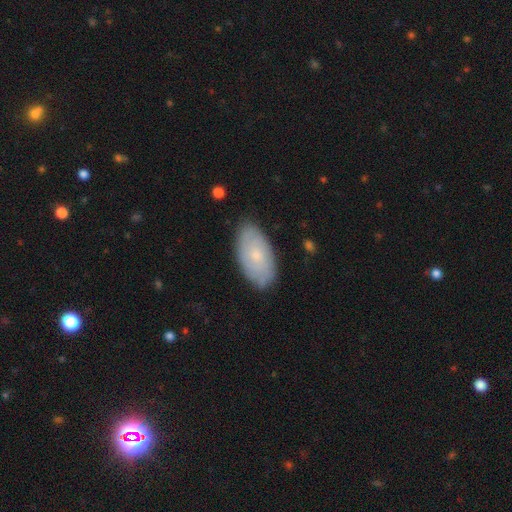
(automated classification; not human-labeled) smooth 54%, featured or disk 40%, star or artifact 6%. Down the decision tree: how rounded — in between (94%); merging — none (82%).